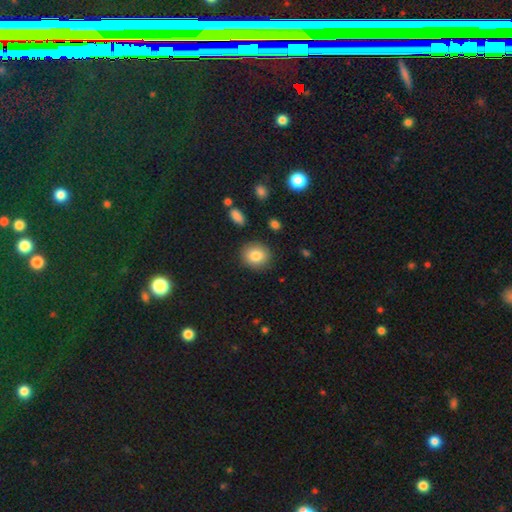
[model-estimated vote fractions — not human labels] The model was most divided on "how rounded": round: 75%, in between: 24%, cigar-shaped: 1%. More confident: merging — none (87%); smooth or featured — smooth (84%).